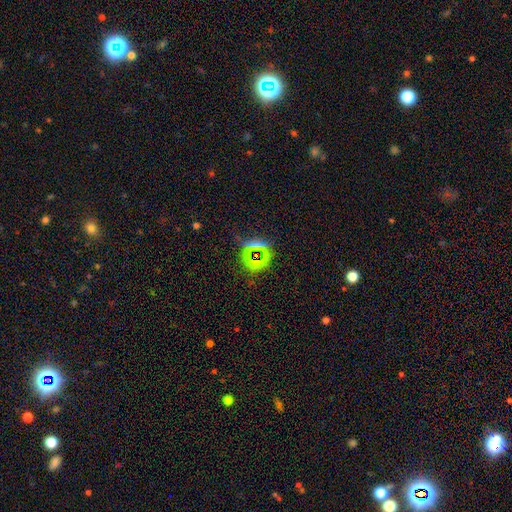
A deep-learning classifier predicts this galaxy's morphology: Smooth or featured?
  - star or artifact: 73% *
  - smooth: 18%
  - featured or disk: 9%